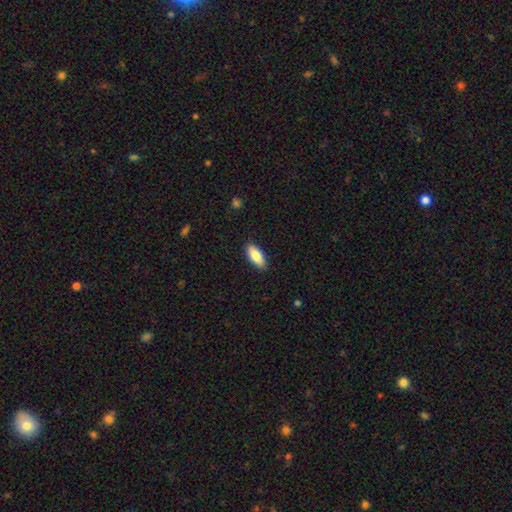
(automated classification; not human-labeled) Smooth or featured?
  - smooth: 83% *
  - featured or disk: 11%
  - star or artifact: 6%
How rounded?
  - in between: 82% *
  - cigar-shaped: 16%
  - round: 2%
Merging?
  - none: 89% *
  - minor disturbance: 9%
  - major disturbance: 2%
  - merger: 1%